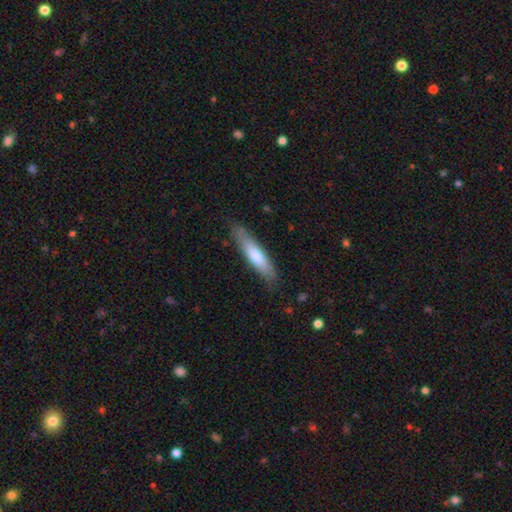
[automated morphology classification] This is likely a smooth galaxy (62%). How rounded: clearly cigar-shaped (82%). Merging: clearly none (81%).